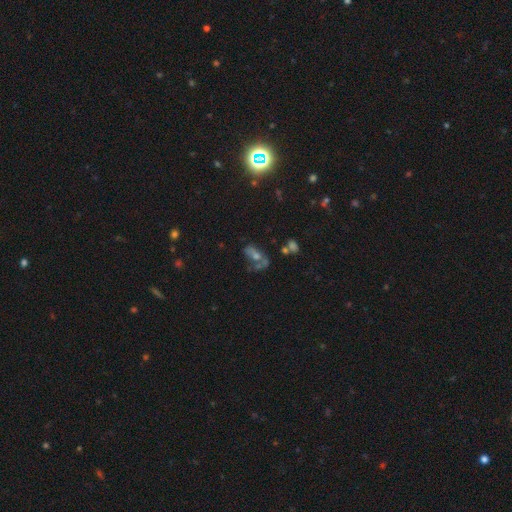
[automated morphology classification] The model was most divided on "smooth or featured" (2-way tie): featured or disk: 35%, star or artifact: 35%, smooth: 29%. Remaining: merging — none (38%).